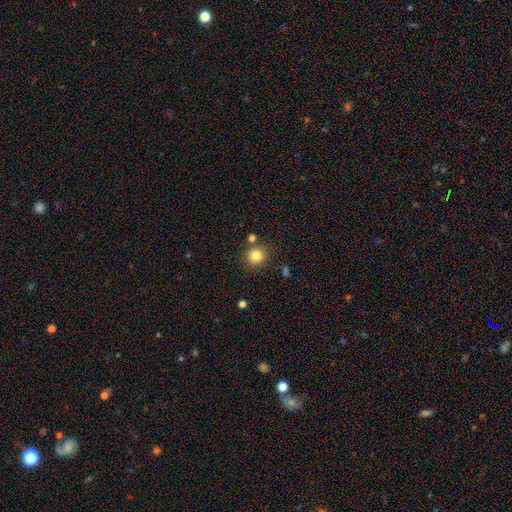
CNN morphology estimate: Smooth or featured?
  - smooth: 83% *
  - star or artifact: 11%
  - featured or disk: 6%
How rounded?
  - round: 91% *
  - in between: 8%
  - cigar-shaped: 1%
Merging?
  - none: 80% *
  - minor disturbance: 9%
  - merger: 8%
  - major disturbance: 3%